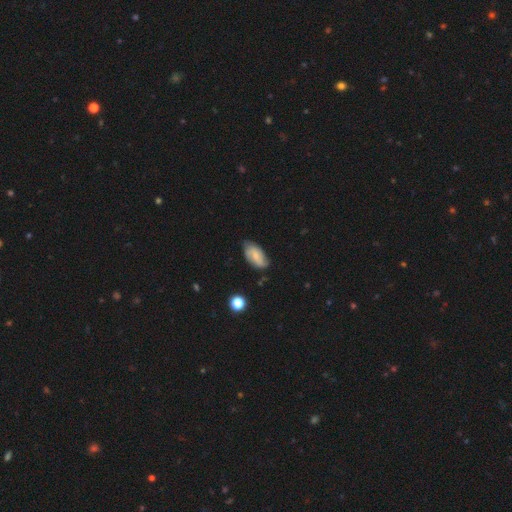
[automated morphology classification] smooth 48%, featured or disk 44%, star or artifact 7%. Down the decision tree: merging — none (66%).